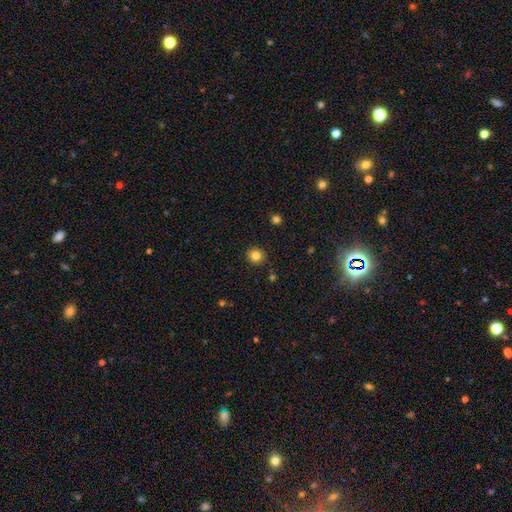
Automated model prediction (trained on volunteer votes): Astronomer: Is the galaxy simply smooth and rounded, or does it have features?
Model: smooth — 82%.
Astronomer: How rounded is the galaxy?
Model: round — 88%.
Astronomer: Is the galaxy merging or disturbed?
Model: none — 88%.